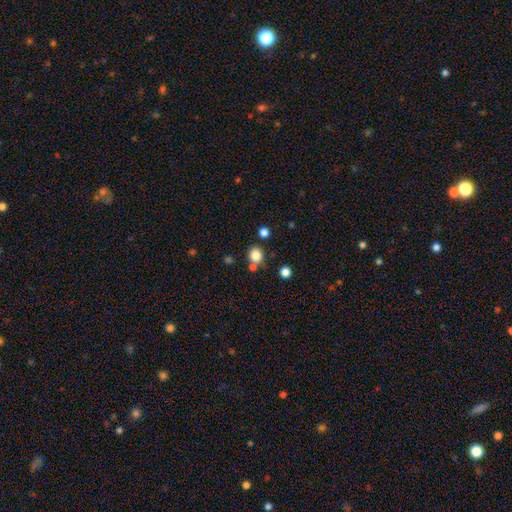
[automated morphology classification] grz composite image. It shows a smooth galaxy with no disk features (83%) that is round (73%). Merging: none (72%).